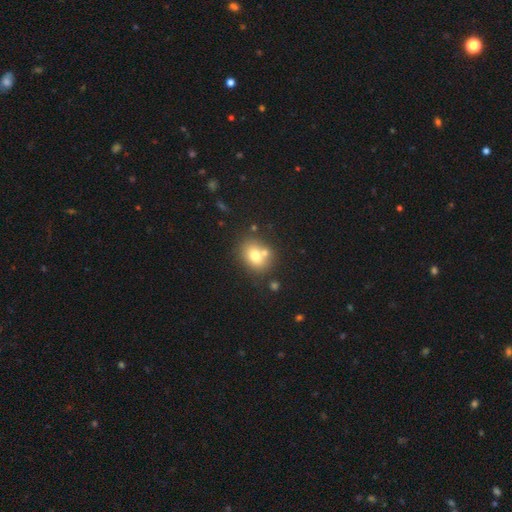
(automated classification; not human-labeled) Smooth or featured? smooth (74%)
How rounded? round (52%)
Merging? none (60%)